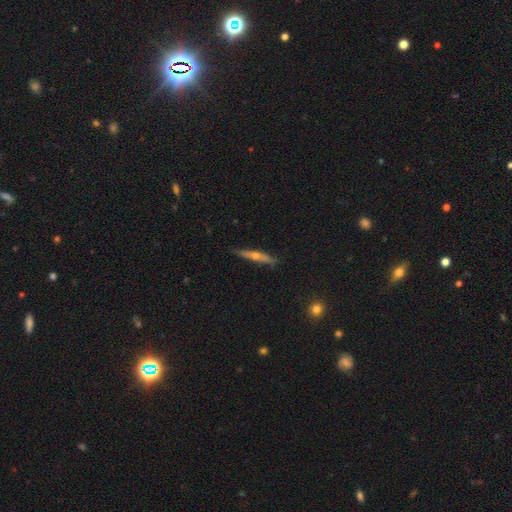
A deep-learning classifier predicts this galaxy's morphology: Smooth or featured? Predicted: featured or disk (p=0.65). Edge-on disk? Predicted: yes (p=0.94). Edge-on bulge? Predicted: rounded (p=0.84). Merging? Predicted: none (p=0.86).